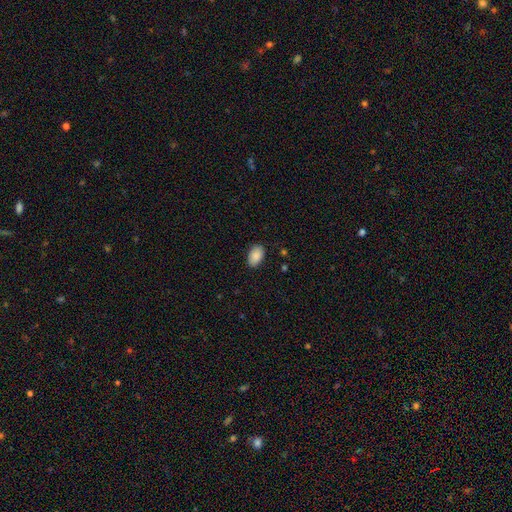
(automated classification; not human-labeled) smooth-or-featured: smooth: 90% | star or artifact: 7% | featured or disk: 3%
  how-rounded: in between: 92% | round: 7% | cigar-shaped: 1%
  merging: none: 88% | minor disturbance: 9% | major disturbance: 2% | merger: 1%